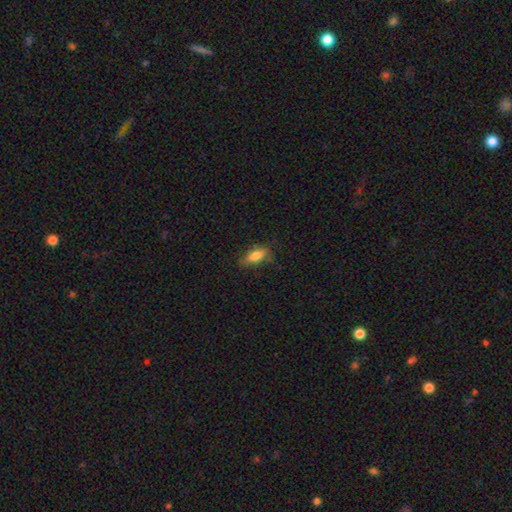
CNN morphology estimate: Smooth or featured? smooth (78%)
How rounded? in between (74%)
Merging? none (73%)